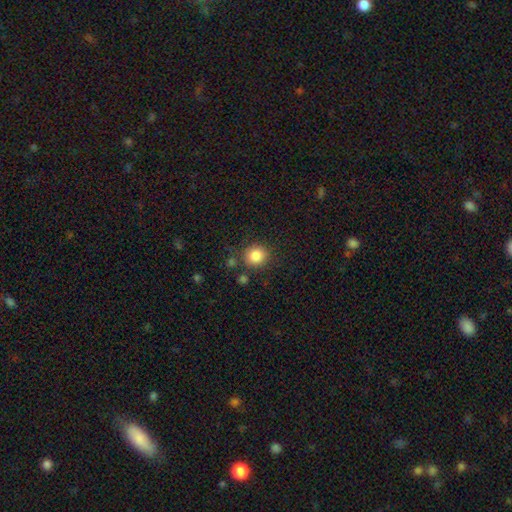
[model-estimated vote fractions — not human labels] Smooth or featured? smooth (85%)
How rounded? round (87%)
Merging? none (82%)